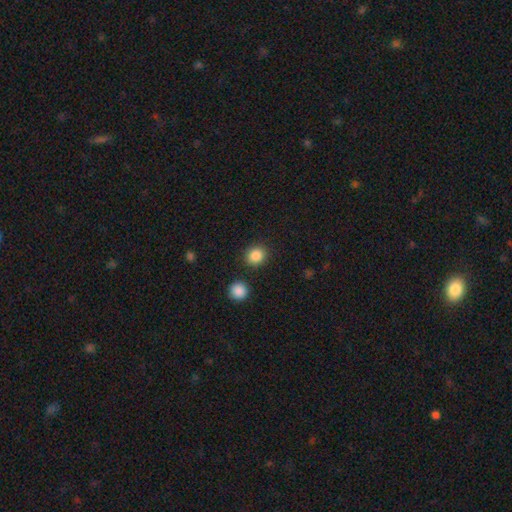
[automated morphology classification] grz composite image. It shows a smooth galaxy with no disk features (87%) that is round (84%). Merging: none (88%).